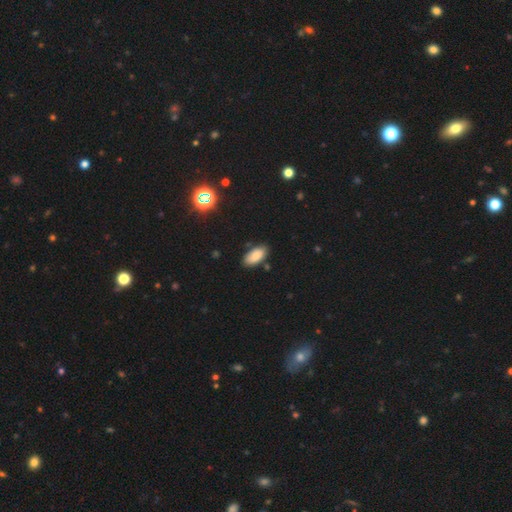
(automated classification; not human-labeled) Overall: smooth (84%). How rounded: in between (93%). Merging: none (82%).